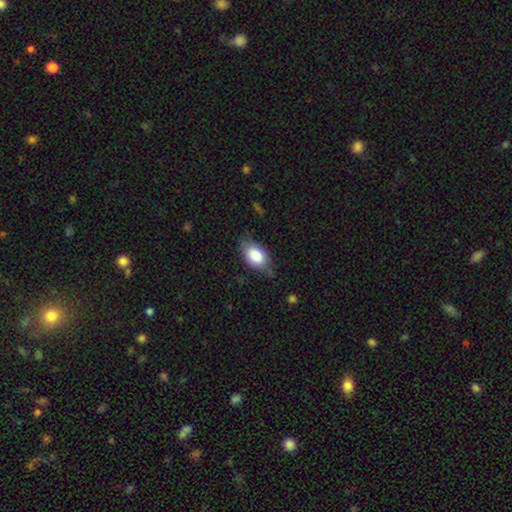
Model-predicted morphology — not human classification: Smooth or featured? smooth (80%)
How rounded? in between (89%)
Merging? none (68%)